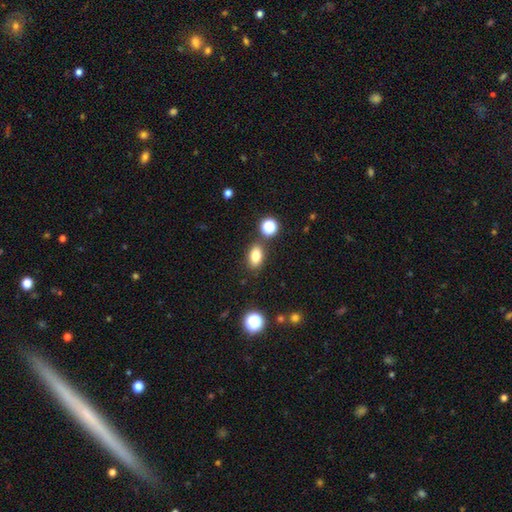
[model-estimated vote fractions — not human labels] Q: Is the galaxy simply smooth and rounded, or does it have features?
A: smooth — 82%.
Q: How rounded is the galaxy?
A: in between — 84%.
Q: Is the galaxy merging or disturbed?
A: none — 81%.